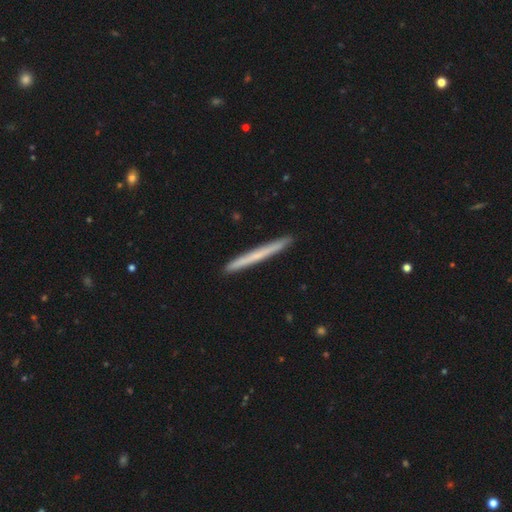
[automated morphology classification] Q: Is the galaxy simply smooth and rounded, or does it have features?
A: smooth — 55%.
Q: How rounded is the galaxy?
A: cigar-shaped — 98%.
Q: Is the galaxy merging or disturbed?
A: none — 92%.